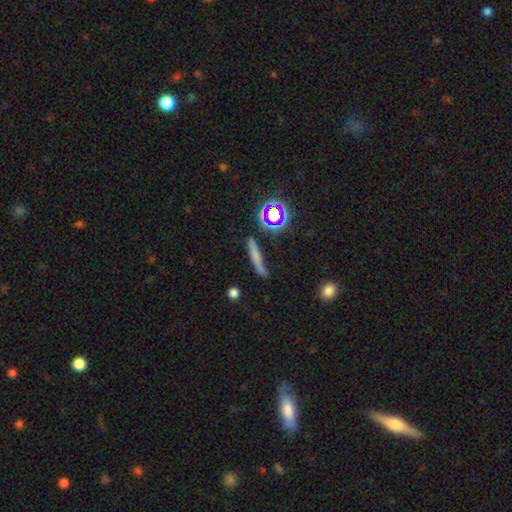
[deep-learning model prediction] Q: Smooth or featured?
A: smooth (61%); runner-up: featured or disk (23%)
Q: How rounded?
A: cigar-shaped (87%); runner-up: in between (7%)
Q: Merging?
A: none (76%); runner-up: minor disturbance (16%)